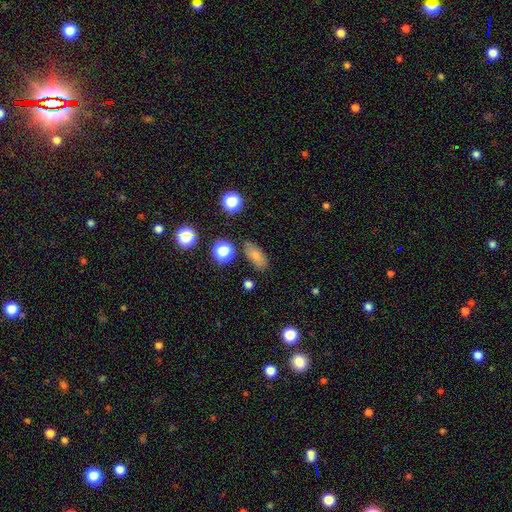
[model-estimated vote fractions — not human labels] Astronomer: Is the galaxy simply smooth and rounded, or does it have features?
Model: smooth — 75%.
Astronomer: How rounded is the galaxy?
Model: in between — 83%.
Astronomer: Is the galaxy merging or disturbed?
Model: none — 76%.